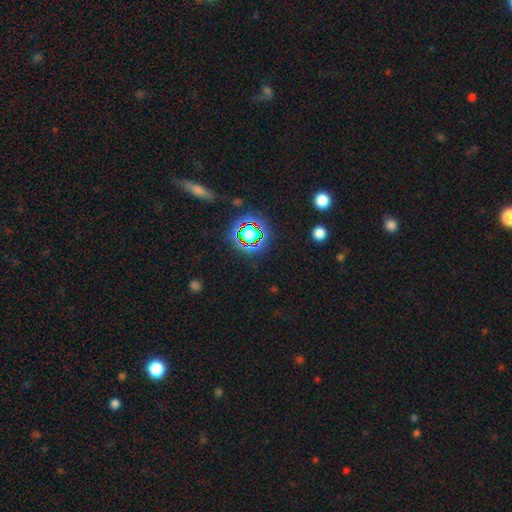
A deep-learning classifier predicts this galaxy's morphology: Q: Smooth or featured?
A: star or artifact (59%); runner-up: smooth (28%)